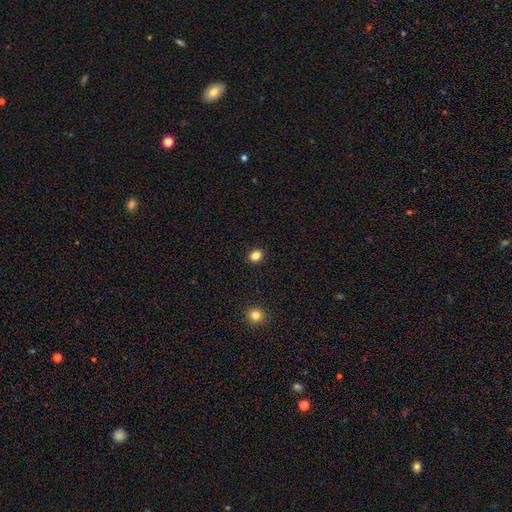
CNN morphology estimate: smooth-or-featured: smooth: 83% | star or artifact: 12% | featured or disk: 5%
  how-rounded: round: 58% | in between: 41% | cigar-shaped: 1%
  merging: none: 91% | minor disturbance: 6% | major disturbance: 2% | merger: 1%